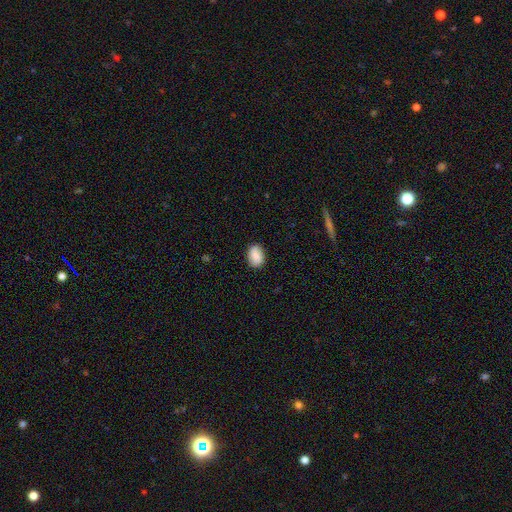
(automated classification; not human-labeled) Smooth or featured? Predicted: smooth (p=0.85). How rounded? Predicted: in between (p=0.81). Merging? Predicted: none (p=0.85).